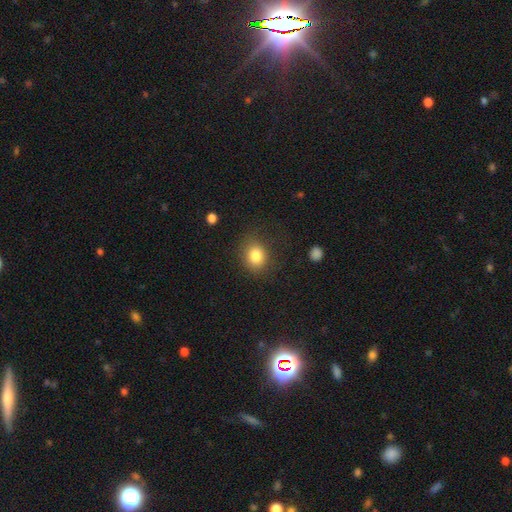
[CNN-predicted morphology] A smooth galaxy with no disk features (82%) that is round (63%). Merging: none (80%).